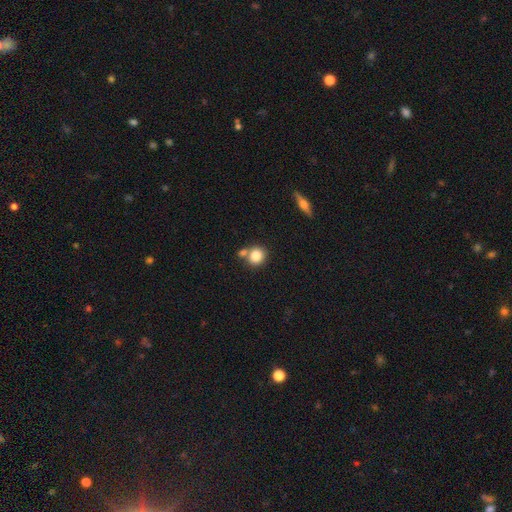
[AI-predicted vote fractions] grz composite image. It shows a smooth galaxy with no disk features (83%) that is round (84%). Merging: none (60%).